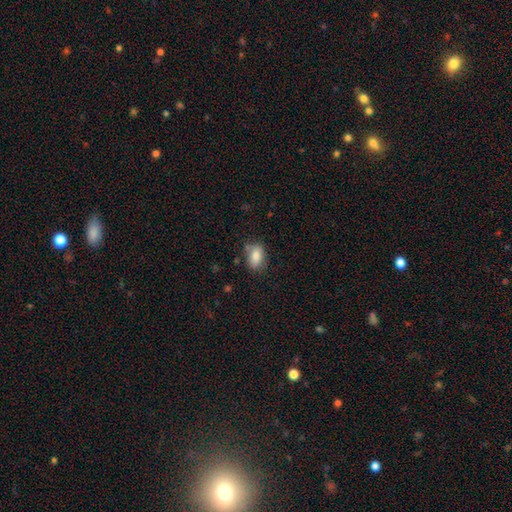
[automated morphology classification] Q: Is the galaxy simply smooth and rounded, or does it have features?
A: smooth — 84%.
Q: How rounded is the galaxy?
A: in between — 88%.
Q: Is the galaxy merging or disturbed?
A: none — 72%.